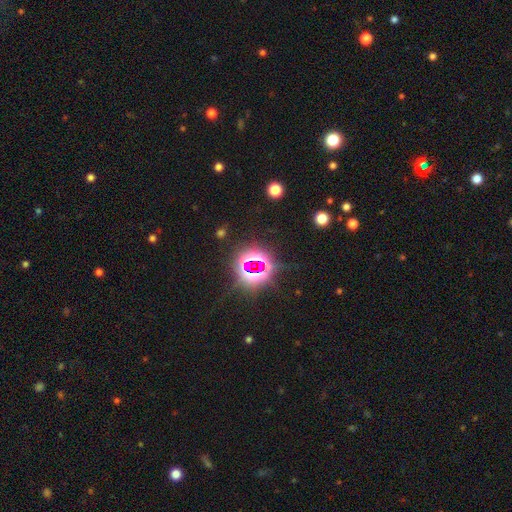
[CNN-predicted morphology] Smooth or featured? Predicted: star or artifact (p=0.79).